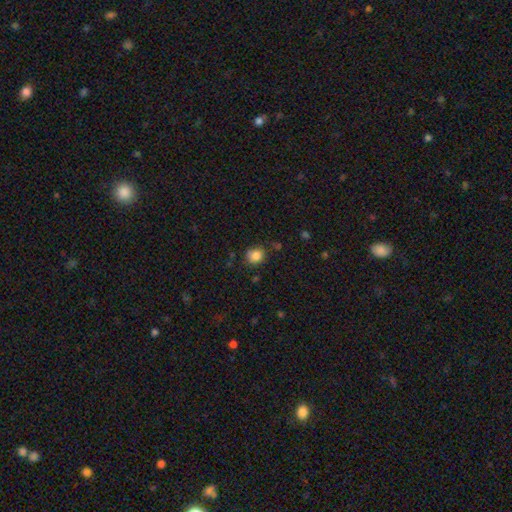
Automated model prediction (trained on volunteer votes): Smooth or featured? Predicted: smooth (p=0.85). How rounded? Predicted: round (p=0.76). Merging? Predicted: none (p=0.77).